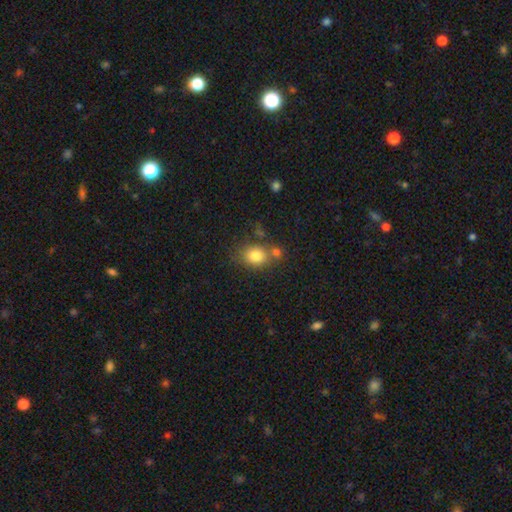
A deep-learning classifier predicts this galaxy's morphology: A smooth galaxy with no disk features (81%) that is round (50%). Merging: none (59%).